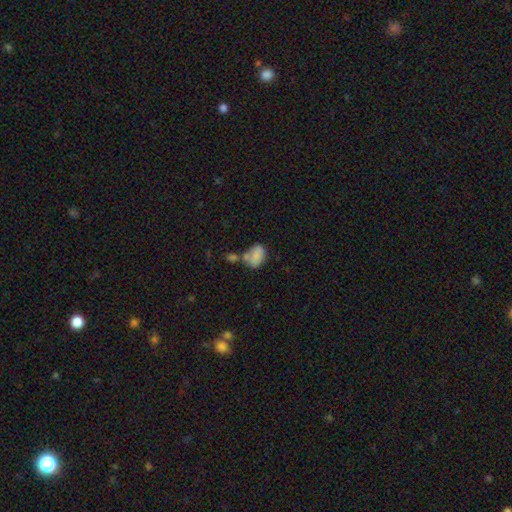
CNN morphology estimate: Q: Smooth or featured?
A: smooth (79%); runner-up: featured or disk (13%)
Q: How rounded?
A: in between (77%); runner-up: round (22%)
Q: Merging?
A: none (36%); runner-up: merger (35%)